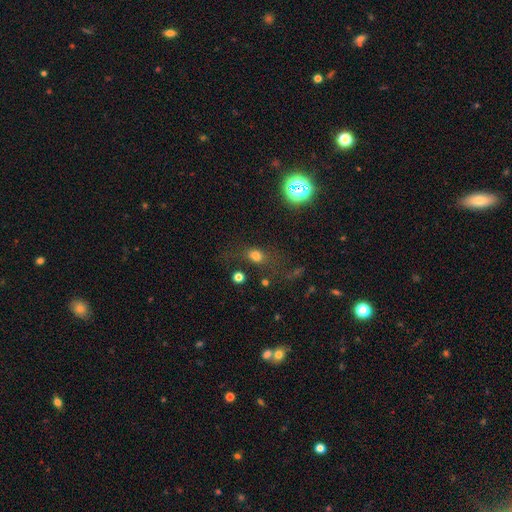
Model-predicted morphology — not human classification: A smooth galaxy with no disk features (68%) that is in between round and cigar-shaped (55%).

Vote fractions:
- Smooth or featured? smooth: 68% / star or artifact: 20% / featured or disk: 12%
- How rounded? in between: 55% / round: 39% / cigar-shaped: 6%
- Merging? none: 52% / major disturbance: 18% / minor disturbance: 17% / merger: 13%